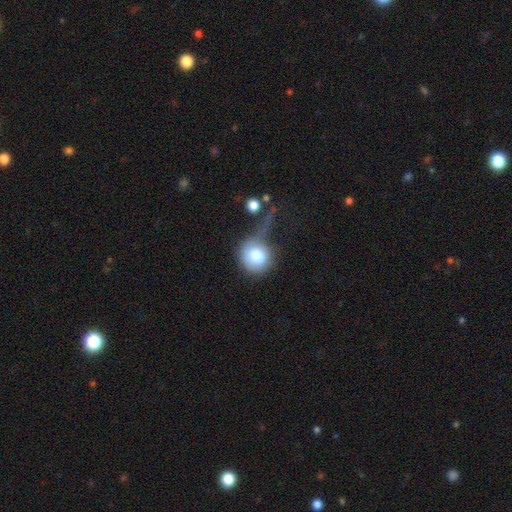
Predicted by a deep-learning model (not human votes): The model was most divided on "merging": major disturbance: 35%, none: 29%, minor disturbance: 23%, merger: 12%. More confident: how rounded — round (88%); smooth or featured — smooth (80%).